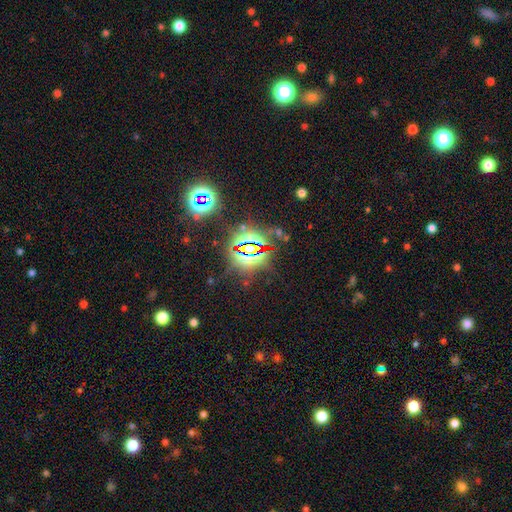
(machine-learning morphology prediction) This appears to be a star or artifact, not a galaxy (81%).